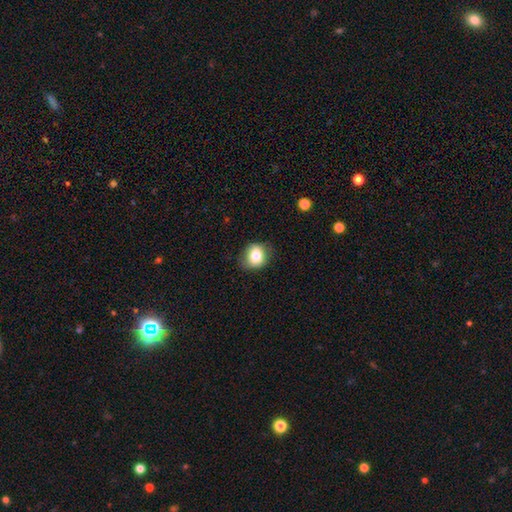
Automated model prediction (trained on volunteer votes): The model was most divided on "how rounded": round: 67%, in between: 32%, cigar-shaped: 1%. More confident: merging — none (76%); smooth or featured — smooth (76%).